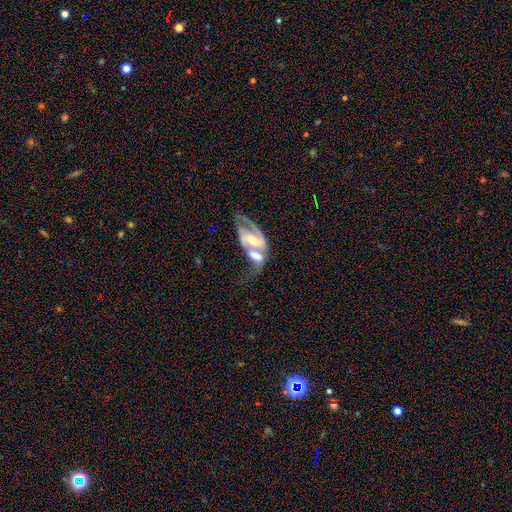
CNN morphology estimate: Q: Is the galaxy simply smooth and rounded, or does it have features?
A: featured or disk — 84%.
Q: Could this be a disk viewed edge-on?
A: no — 96%.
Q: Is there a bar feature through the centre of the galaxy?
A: strong — 41%.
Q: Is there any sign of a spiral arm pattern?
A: yes — 92%.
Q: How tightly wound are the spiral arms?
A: medium — 44%.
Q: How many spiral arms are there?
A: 2 — 81%.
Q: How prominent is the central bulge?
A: moderate — 59%.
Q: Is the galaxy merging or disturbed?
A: merger — 68%.